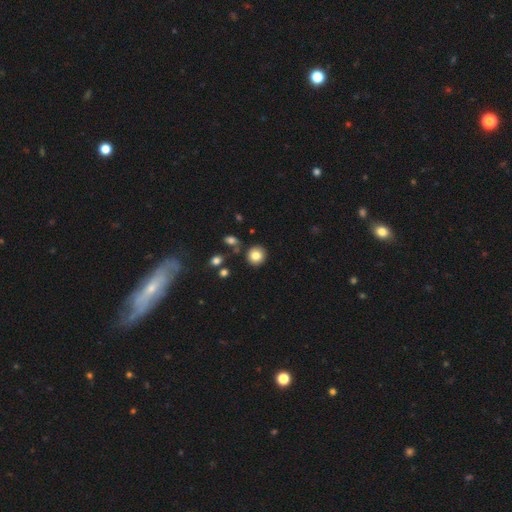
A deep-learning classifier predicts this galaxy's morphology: smooth_or_featured: smooth (p=0.82) [alt: star or artifact p=0.10]
how_rounded: round (p=0.90) [alt: in between p=0.09]
merging: none (p=0.85) [alt: minor disturbance p=0.08]